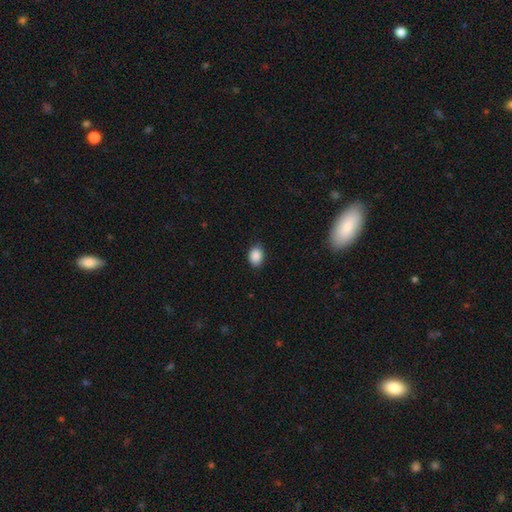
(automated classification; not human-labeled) A smooth galaxy with no disk features (89%) that is in between round and cigar-shaped (71%).

Vote fractions:
- Smooth or featured? smooth: 89% / star or artifact: 8% / featured or disk: 3%
- How rounded? in between: 71% / round: 28% / cigar-shaped: 1%
- Merging? none: 84% / minor disturbance: 13% / major disturbance: 2% / merger: 1%